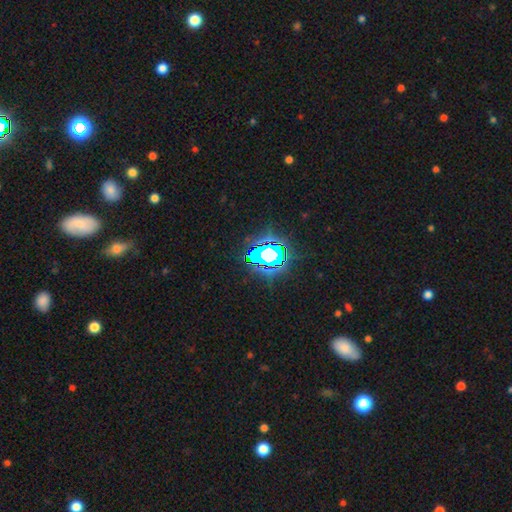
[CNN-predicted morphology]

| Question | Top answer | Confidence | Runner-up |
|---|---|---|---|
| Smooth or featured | star or artifact | 80% | smooth (12%) |